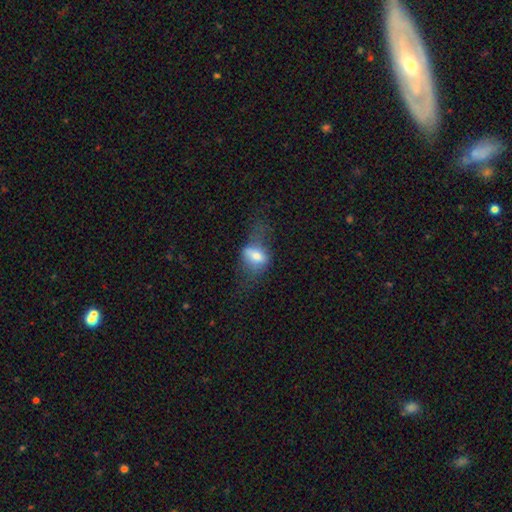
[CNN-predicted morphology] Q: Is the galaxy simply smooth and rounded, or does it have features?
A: smooth — 56%.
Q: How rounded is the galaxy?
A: in between — 74%.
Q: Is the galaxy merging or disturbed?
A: none — 40%.